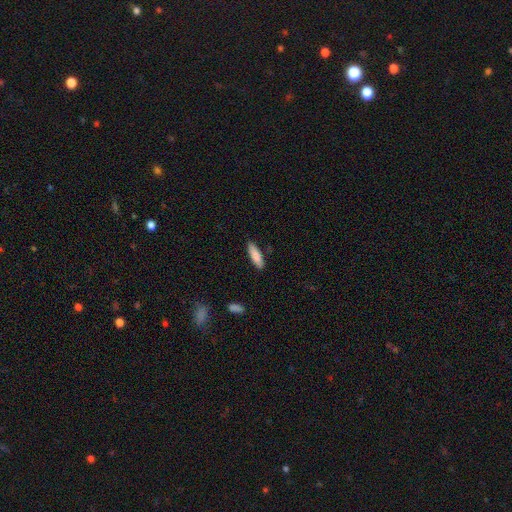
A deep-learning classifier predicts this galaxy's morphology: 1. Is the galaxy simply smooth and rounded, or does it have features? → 84% smooth, 10% featured or disk, 6% star or artifact.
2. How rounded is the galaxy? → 57% cigar-shaped, 42% in between, 1% round.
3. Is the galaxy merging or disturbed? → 85% none, 12% minor disturbance, 2% major disturbance, 1% merger.